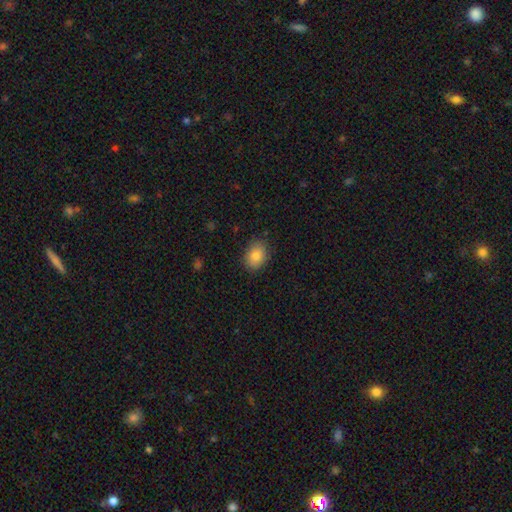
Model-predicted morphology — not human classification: The model was most divided on "how rounded": in between: 72%, round: 27%, cigar-shaped: 1%. More confident: merging — none (87%); smooth or featured — smooth (84%).